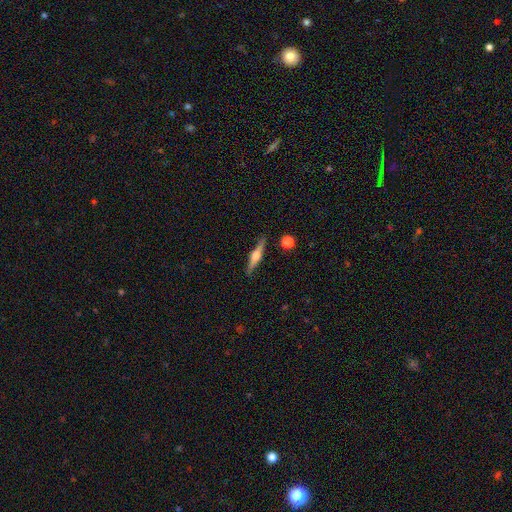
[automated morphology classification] Smooth or featured?
  - featured or disk: 69% *
  - smooth: 25%
  - star or artifact: 6%
Edge-on disk?
  - yes: 97% *
  - no: 3%
Edge-on bulge?
  - rounded: 88% *
  - boxy: 8%
  - none: 3%
Merging?
  - none: 87% *
  - minor disturbance: 8%
  - merger: 2%
  - major disturbance: 2%